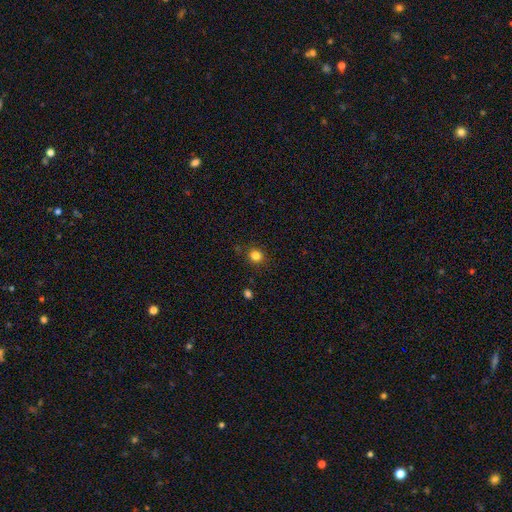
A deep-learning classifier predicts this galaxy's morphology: Smooth or featured: smooth — 82% (star or artifact — 13%)
How rounded: round — 86% (in between — 13%)
Merging: none — 88% (minor disturbance — 8%)